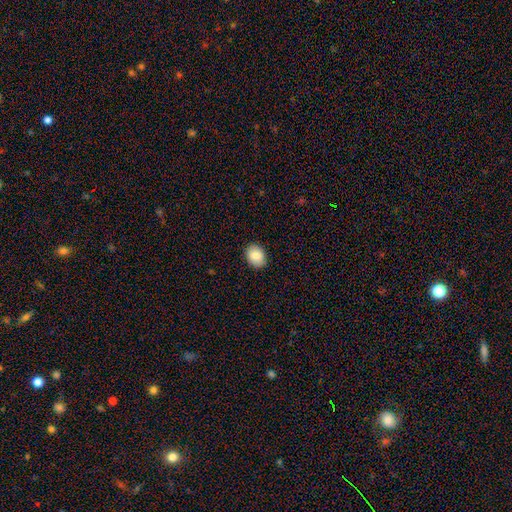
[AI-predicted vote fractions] Smooth or featured? smooth (86%)
How rounded? in between (59%)
Merging? none (89%)